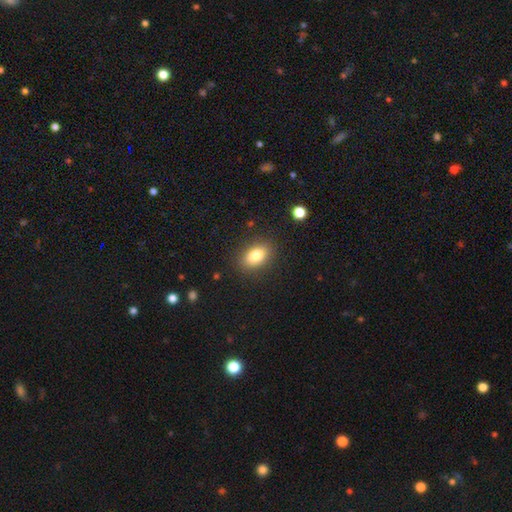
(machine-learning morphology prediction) The model was most divided on "how rounded": in between: 83%, round: 15%, cigar-shaped: 2%. More confident: merging — none (87%); smooth or featured — smooth (82%).